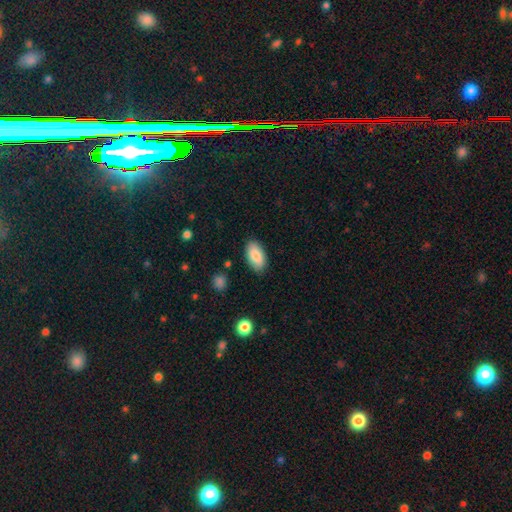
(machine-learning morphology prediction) The model was most divided on "merging": none: 85%, minor disturbance: 11%, major disturbance: 2%, merger: 1%. More confident: how rounded — in between (93%); smooth or featured — smooth (85%).